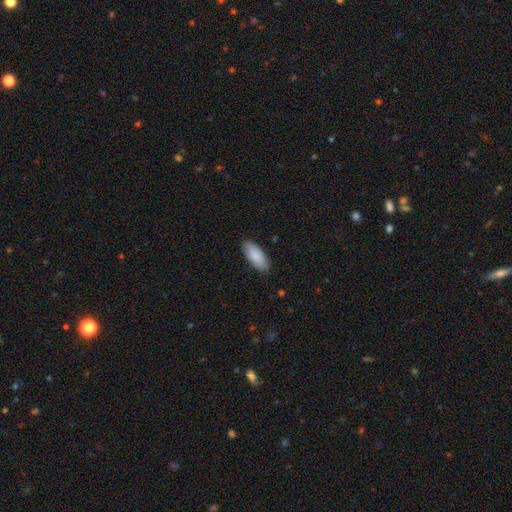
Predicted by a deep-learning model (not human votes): This appears to be a smooth galaxy with no disk features (89%) that is in between round and cigar-shaped (87%). Merging: none (87%).